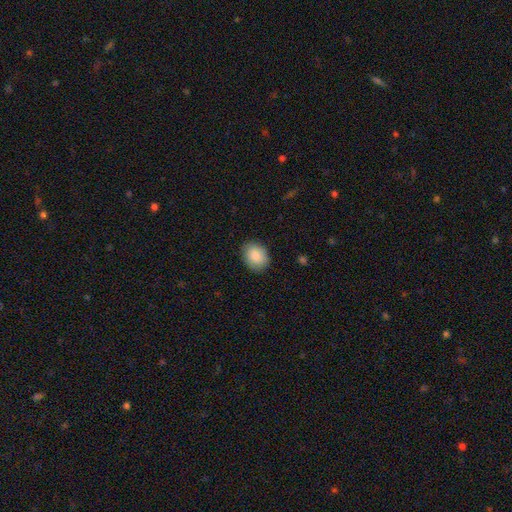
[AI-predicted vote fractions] A smooth galaxy with no disk features (86%) that is in between round and cigar-shaped (59%).

Vote fractions:
- Smooth or featured? smooth: 86% / featured or disk: 8% / star or artifact: 7%
- How rounded? in between: 59% / round: 40% / cigar-shaped: 1%
- Merging? none: 86% / minor disturbance: 11% / major disturbance: 2% / merger: 1%